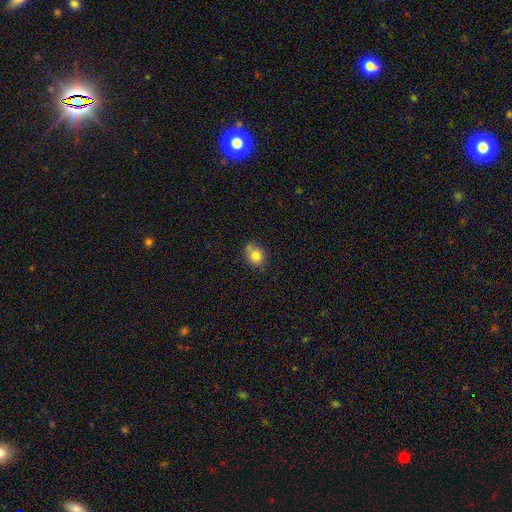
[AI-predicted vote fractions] smooth-or-featured: smooth: 81% | star or artifact: 10% | featured or disk: 9%
  how-rounded: round: 65% | in between: 34% | cigar-shaped: 1%
  merging: none: 66% | minor disturbance: 20% | merger: 9% | major disturbance: 4%